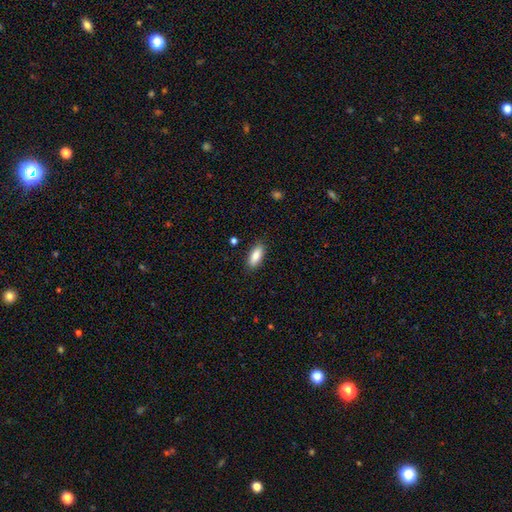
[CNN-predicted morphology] Smooth or featured?
  - smooth: 86% *
  - featured or disk: 7%
  - star or artifact: 7%
How rounded?
  - in between: 81% *
  - cigar-shaped: 16%
  - round: 2%
Merging?
  - none: 87% *
  - minor disturbance: 9%
  - major disturbance: 2%
  - merger: 1%